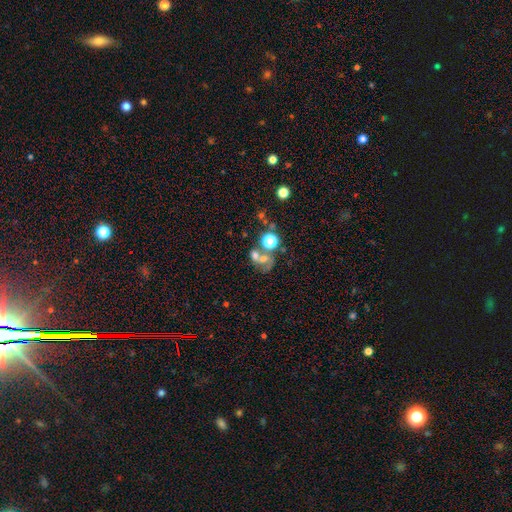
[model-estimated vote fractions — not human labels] Smooth or featured?
  - smooth: 48% *
  - featured or disk: 32%
  - star or artifact: 20%
Merging?
  - merger: 53% *
  - none: 26%
  - major disturbance: 12%
  - minor disturbance: 9%